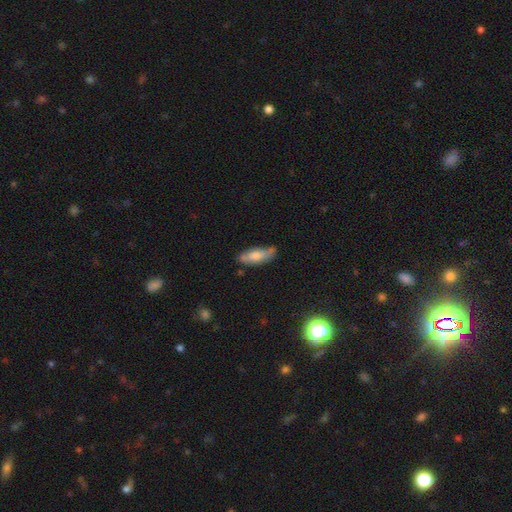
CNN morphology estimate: Smooth or featured? smooth (67%)
How rounded? in between (71%)
Merging? none (62%)